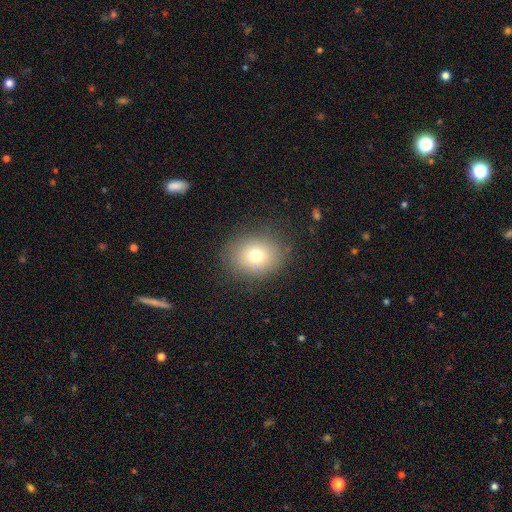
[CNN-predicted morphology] smooth_or_featured: smooth (p=0.74) [alt: star or artifact p=0.14]
how_rounded: round (p=0.58) [alt: in between p=0.41]
merging: none (p=0.84) [alt: minor disturbance p=0.10]